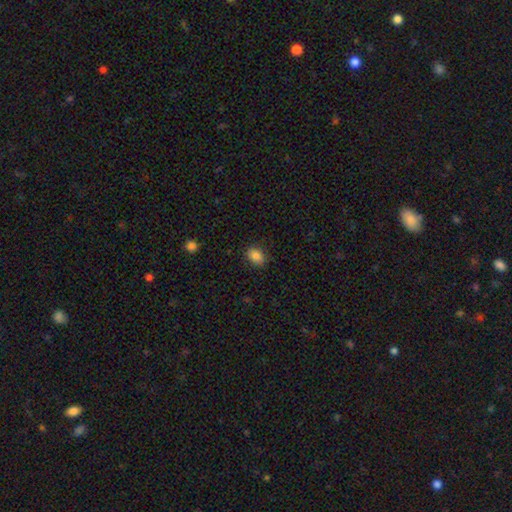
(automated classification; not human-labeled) Q: Smooth or featured?
A: smooth (86%); runner-up: star or artifact (9%)
Q: How rounded?
A: in between (70%); runner-up: round (29%)
Q: Merging?
A: none (86%); runner-up: minor disturbance (10%)